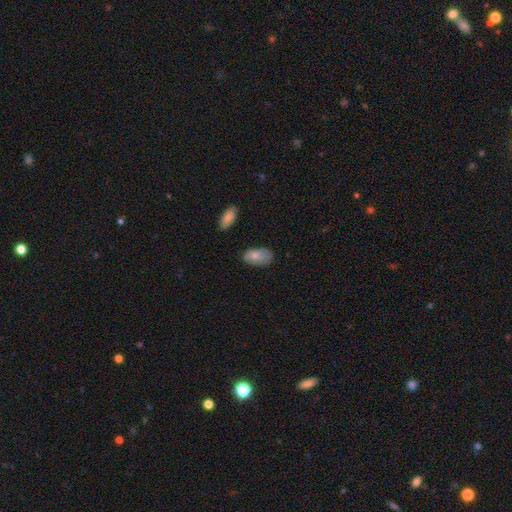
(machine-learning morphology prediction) smooth_or_featured: smooth (p=0.75) [alt: featured or disk p=0.18]
how_rounded: in between (p=0.93) [alt: round p=0.05]
merging: none (p=0.67) [alt: minor disturbance p=0.25]